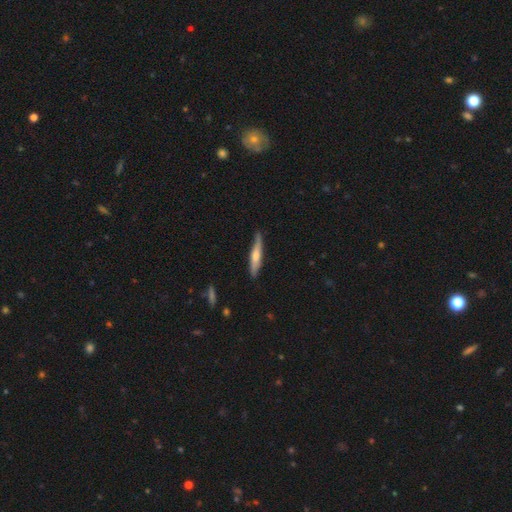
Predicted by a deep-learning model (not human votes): This is possibly a smooth galaxy (52%). How rounded: clearly cigar-shaped (89%). Merging: likely none (80%).